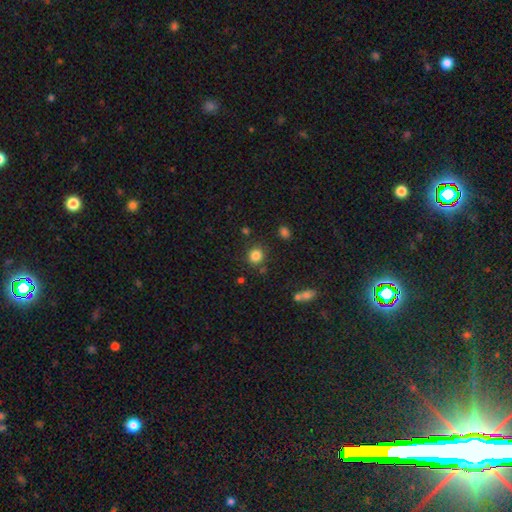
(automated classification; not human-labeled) A smooth galaxy with no disk features (83%) that is round (84%). Merging: none (83%).